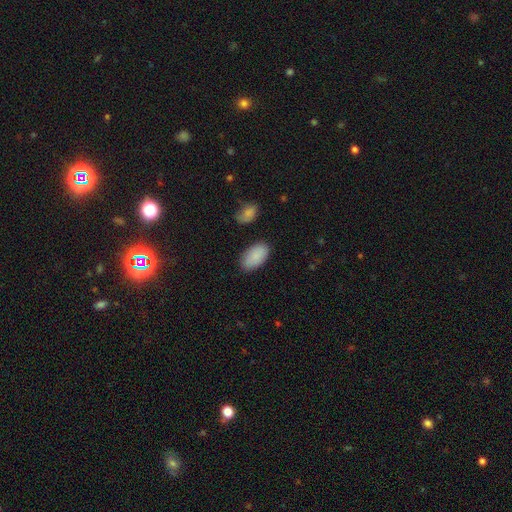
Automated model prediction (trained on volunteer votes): This is clearly a smooth galaxy (89%). How rounded: clearly in between (95%). Merging: clearly none (81%).